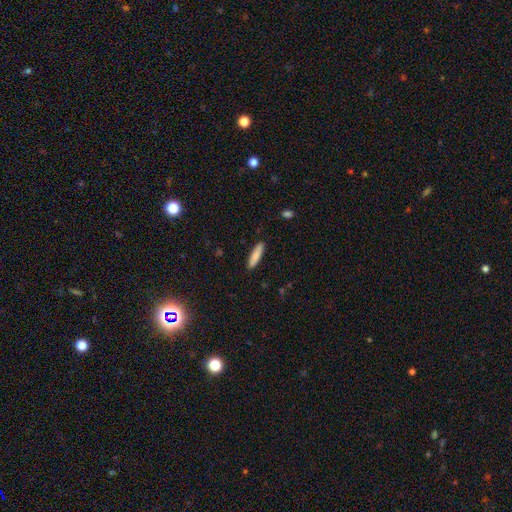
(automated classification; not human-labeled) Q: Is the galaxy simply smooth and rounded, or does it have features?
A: smooth — 85%.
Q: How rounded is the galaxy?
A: cigar-shaped — 77%.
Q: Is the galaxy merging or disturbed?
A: none — 90%.